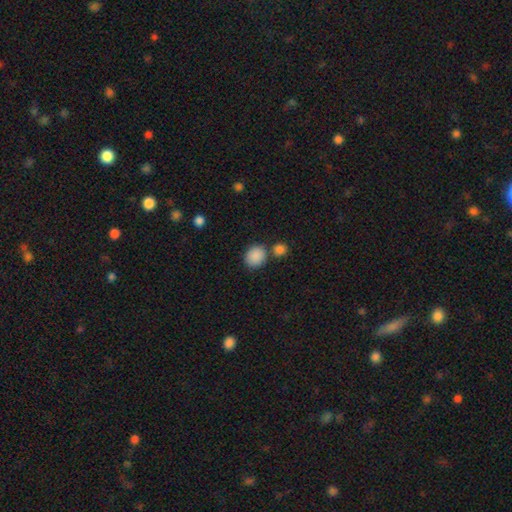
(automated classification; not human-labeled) smooth 88%, star or artifact 8%, featured or disk 4%. Down the decision tree: how rounded — round (70%); merging — none (71%).